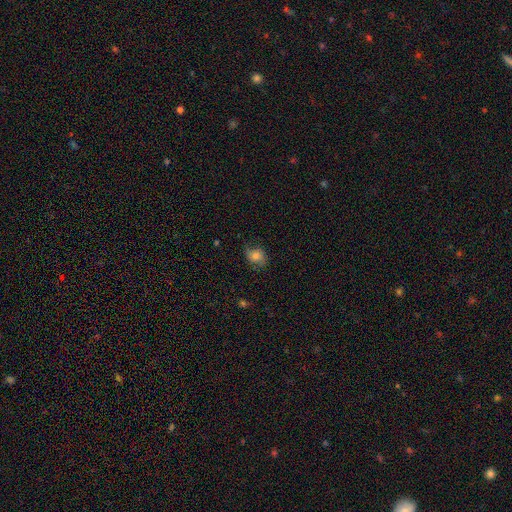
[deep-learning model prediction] Morphology: type=smooth (65%); roundness=round (53%); merging=none (62%).